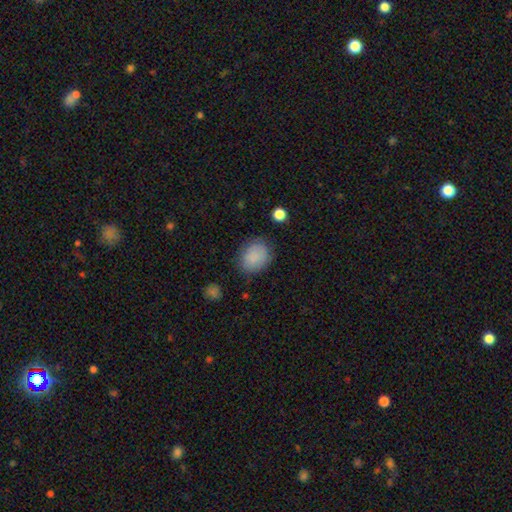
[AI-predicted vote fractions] Overall: smooth (86%). How rounded: in between (52%; round 47%). Merging: none (76%).